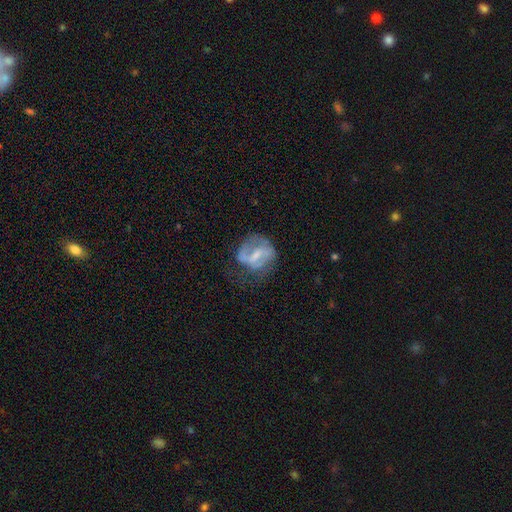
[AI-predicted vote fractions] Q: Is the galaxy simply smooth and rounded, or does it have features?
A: featured or disk — 68%.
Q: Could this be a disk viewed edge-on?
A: no — 97%.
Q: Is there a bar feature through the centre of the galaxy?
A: weak — 49%.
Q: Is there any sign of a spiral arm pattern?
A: yes — 70%.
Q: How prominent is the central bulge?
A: small — 39%.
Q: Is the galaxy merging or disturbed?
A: none — 46%.